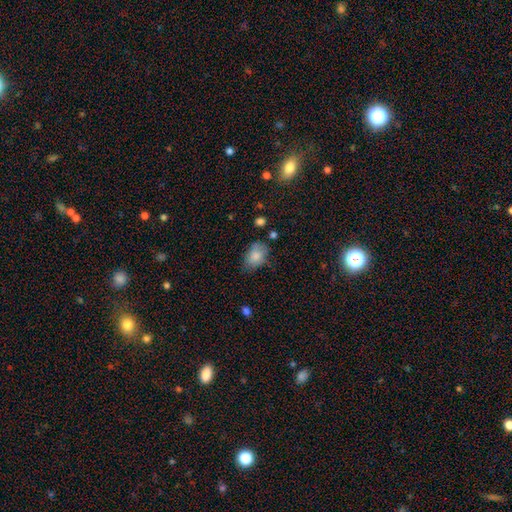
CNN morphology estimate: Q: Smooth or featured?
A: smooth (83%); runner-up: featured or disk (9%)
Q: How rounded?
A: in between (81%); runner-up: round (18%)
Q: Merging?
A: none (62%); runner-up: minor disturbance (28%)